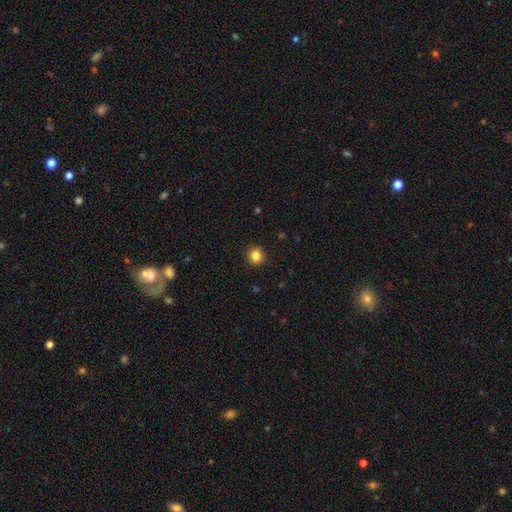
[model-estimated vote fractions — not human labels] Smooth or featured? Predicted: smooth (p=0.83). How rounded? Predicted: round (p=0.90). Merging? Predicted: none (p=0.92).